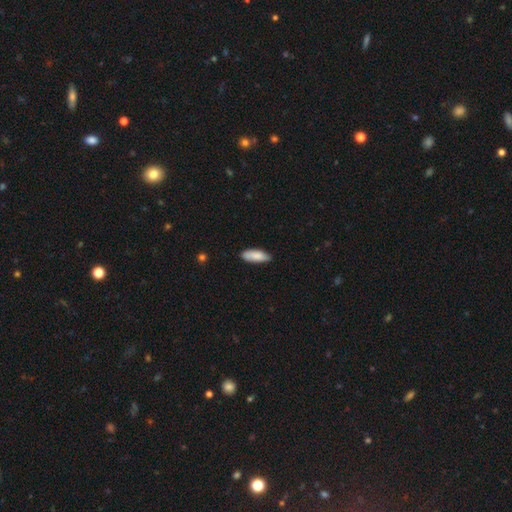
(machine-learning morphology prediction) Smooth or featured: smooth — 86% (featured or disk — 8%)
How rounded: in between — 68% (cigar-shaped — 31%)
Merging: none — 80% (minor disturbance — 17%)